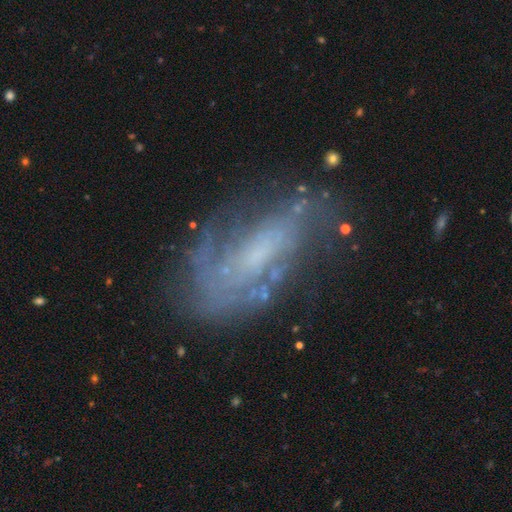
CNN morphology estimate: Q: Smooth or featured?
A: featured or disk (70%); runner-up: smooth (19%)
Q: Edge-on disk?
A: no (92%); runner-up: yes (8%)
Q: Bar?
A: no (58%); runner-up: weak (32%)
Q: Spiral arms?
A: yes (72%); runner-up: no (28%)
Q: Bulge size?
A: small (38%); runner-up: none (36%)
Q: Merging?
A: none (60%); runner-up: minor disturbance (21%)